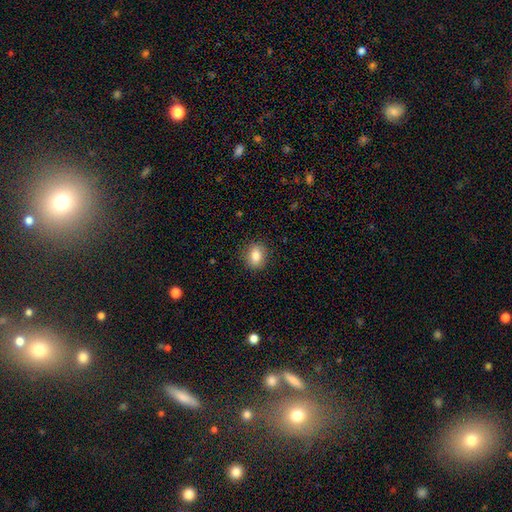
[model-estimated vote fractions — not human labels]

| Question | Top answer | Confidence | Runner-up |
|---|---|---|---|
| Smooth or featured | smooth | 82% | featured or disk (9%) |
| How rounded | in between | 51% | round (48%) |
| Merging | none | 87% | minor disturbance (9%) |